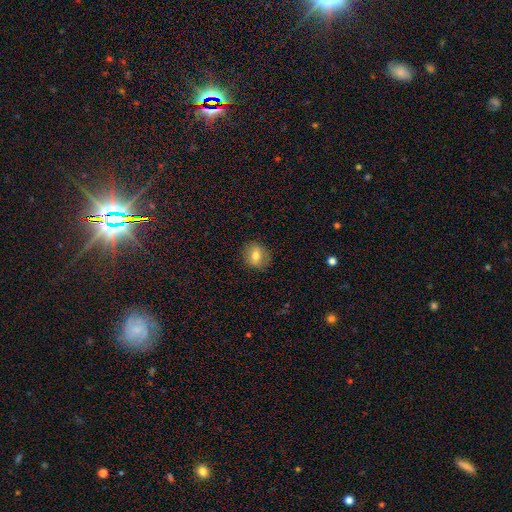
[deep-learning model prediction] Smooth or featured: smooth — 71% (featured or disk — 19%)
How rounded: round — 73% (in between — 26%)
Merging: none — 87% (minor disturbance — 9%)